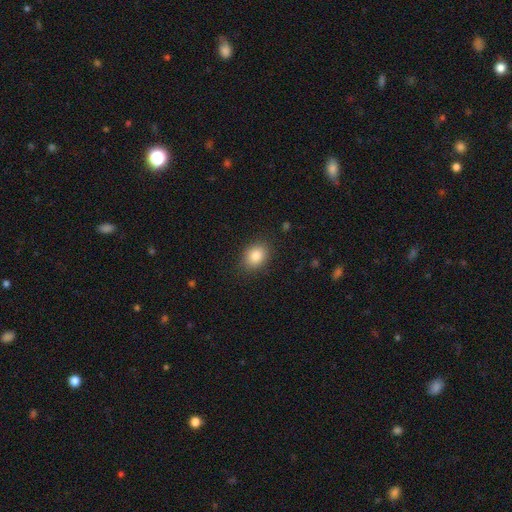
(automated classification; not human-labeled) Q: Smooth or featured?
A: smooth (85%); runner-up: star or artifact (9%)
Q: How rounded?
A: in between (61%); runner-up: round (38%)
Q: Merging?
A: none (85%); runner-up: minor disturbance (10%)